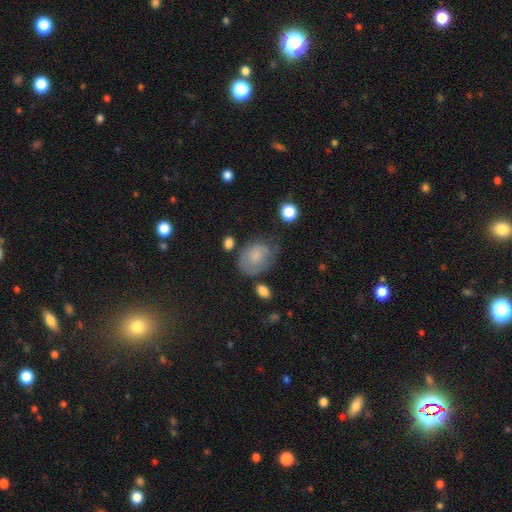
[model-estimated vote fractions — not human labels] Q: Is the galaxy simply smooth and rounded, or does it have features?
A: smooth — 65%.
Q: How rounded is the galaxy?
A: in between — 68%.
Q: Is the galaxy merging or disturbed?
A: none — 42%.